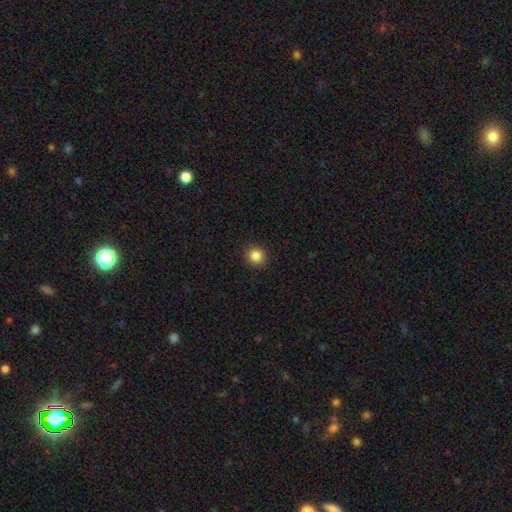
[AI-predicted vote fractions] This appears to be a smooth galaxy with no disk features (86%) that is round (90%). Merging: none (92%).